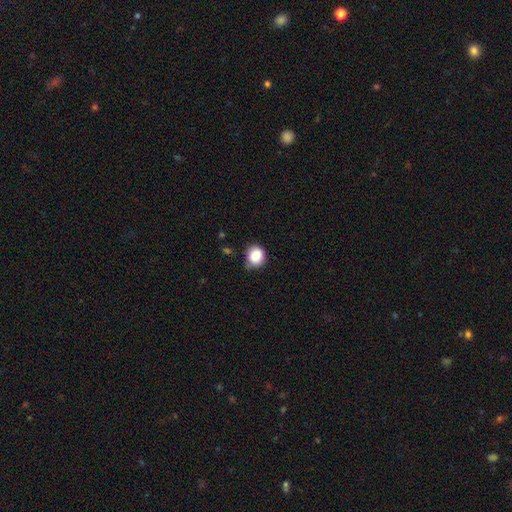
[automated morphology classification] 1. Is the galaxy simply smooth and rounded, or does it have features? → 86% smooth, 9% star or artifact, 5% featured or disk.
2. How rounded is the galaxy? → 80% round, 19% in between, 1% cigar-shaped.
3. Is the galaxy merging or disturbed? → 66% none, 27% minor disturbance, 5% major disturbance, 3% merger.